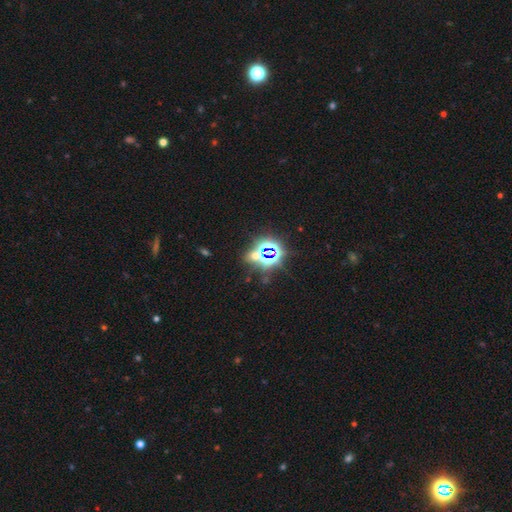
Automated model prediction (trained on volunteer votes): Q: Smooth or featured?
A: star or artifact (72%); runner-up: smooth (20%)